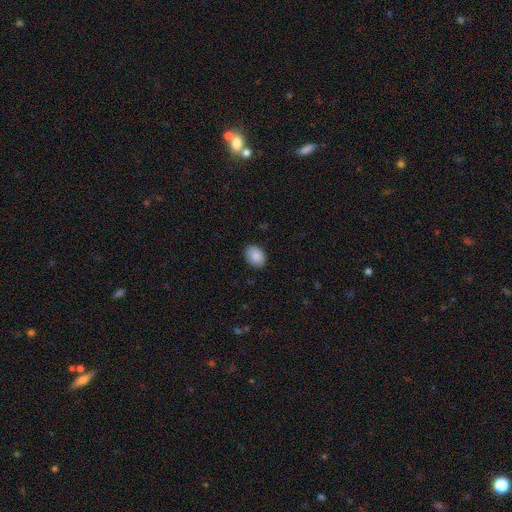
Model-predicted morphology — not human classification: A smooth galaxy with no disk features (89%) that is in between round and cigar-shaped (77%).

Vote fractions:
- Smooth or featured? smooth: 89% / star or artifact: 7% / featured or disk: 4%
- How rounded? in between: 77% / round: 23% / cigar-shaped: 1%
- Merging? none: 88% / minor disturbance: 9% / major disturbance: 2% / merger: 1%